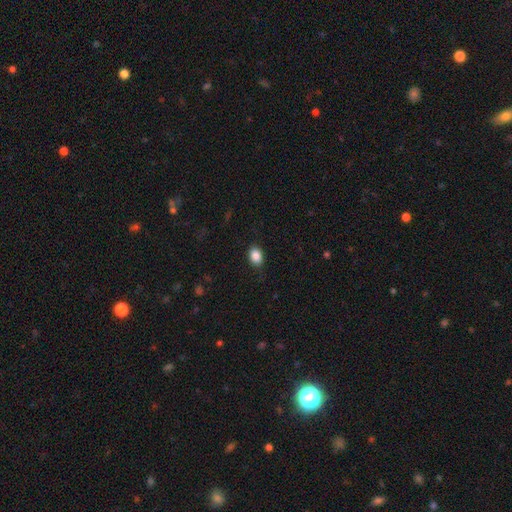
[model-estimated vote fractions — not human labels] Morphology: type=smooth (87%); roundness=in between (75%); merging=none (85%).